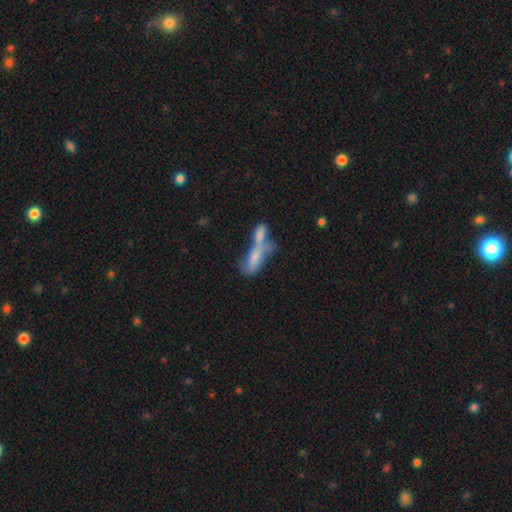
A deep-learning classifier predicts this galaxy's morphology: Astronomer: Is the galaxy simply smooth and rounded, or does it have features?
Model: smooth — 55% (runner-up: featured or disk, 35%).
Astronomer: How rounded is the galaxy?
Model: in between — 63%.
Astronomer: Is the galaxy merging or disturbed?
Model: merger — 67%.